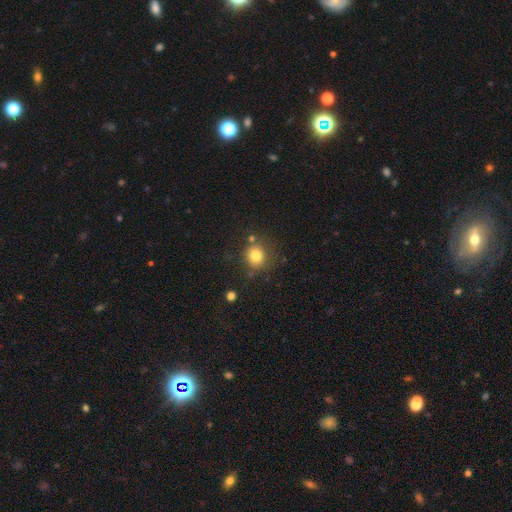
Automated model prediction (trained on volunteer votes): Overall: smooth (80%). How rounded: round (86%). Merging: none (75%).